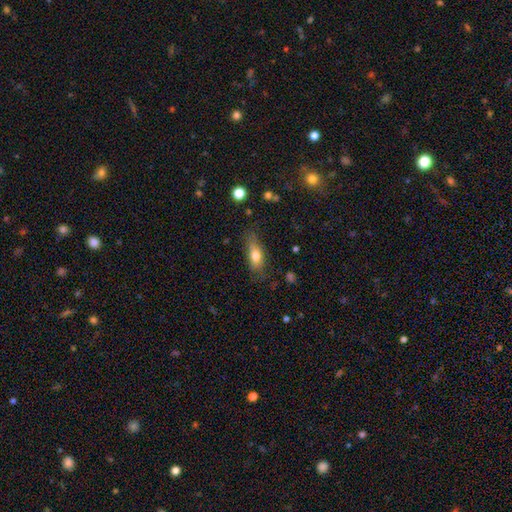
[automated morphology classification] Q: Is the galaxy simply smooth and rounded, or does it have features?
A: smooth — 72%.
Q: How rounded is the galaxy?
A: in between — 69%.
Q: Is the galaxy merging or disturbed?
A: none — 64%.